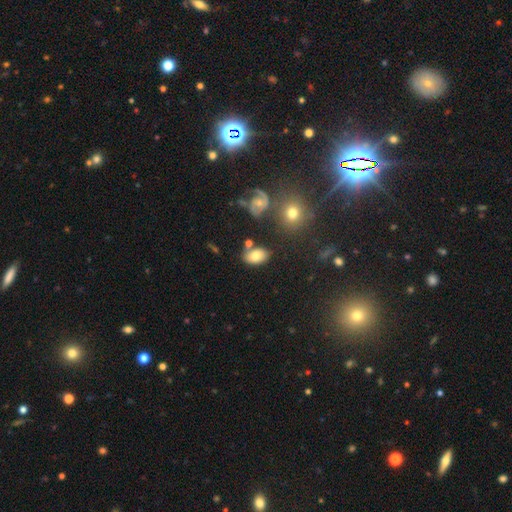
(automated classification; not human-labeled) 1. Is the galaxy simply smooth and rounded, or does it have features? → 73% smooth, 17% featured or disk, 9% star or artifact.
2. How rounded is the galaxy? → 88% in between, 11% round, 1% cigar-shaped.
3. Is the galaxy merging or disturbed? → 72% none, 15% minor disturbance, 8% merger, 5% major disturbance.